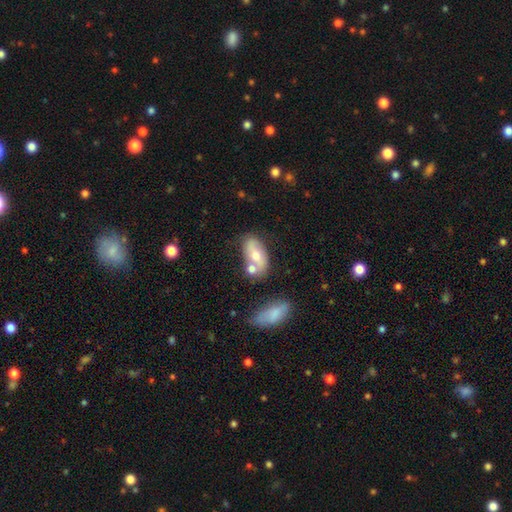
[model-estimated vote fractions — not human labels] Smooth or featured? Predicted: smooth (p=0.53). How rounded? Predicted: in between (p=0.88). Merging? Predicted: none (p=0.52).